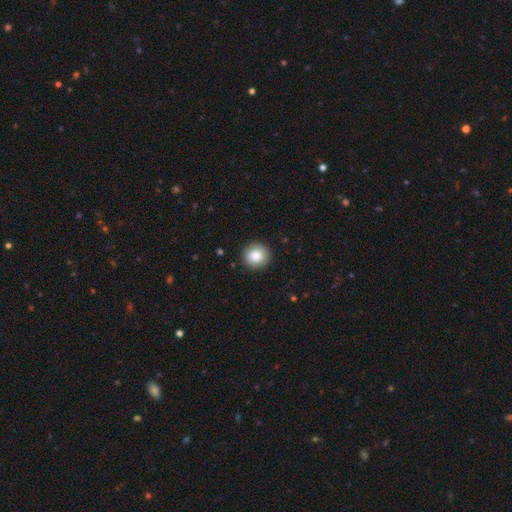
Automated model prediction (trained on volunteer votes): Overall: smooth (83%). How rounded: round (93%). Merging: none (92%).